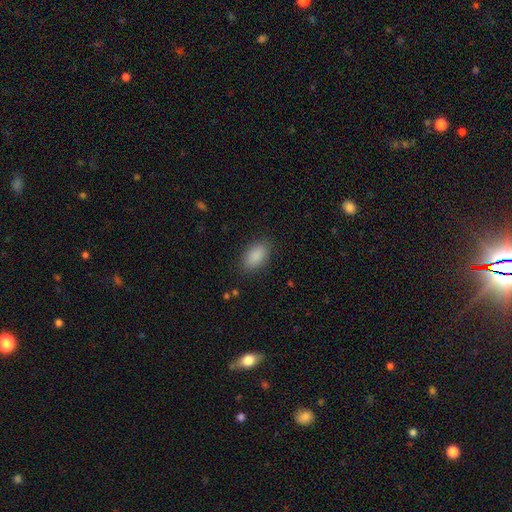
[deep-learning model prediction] smooth-or-featured: smooth: 89% | star or artifact: 7% | featured or disk: 4%
  how-rounded: in between: 91% | round: 5% | cigar-shaped: 4%
  merging: none: 85% | minor disturbance: 10% | major disturbance: 3% | merger: 1%